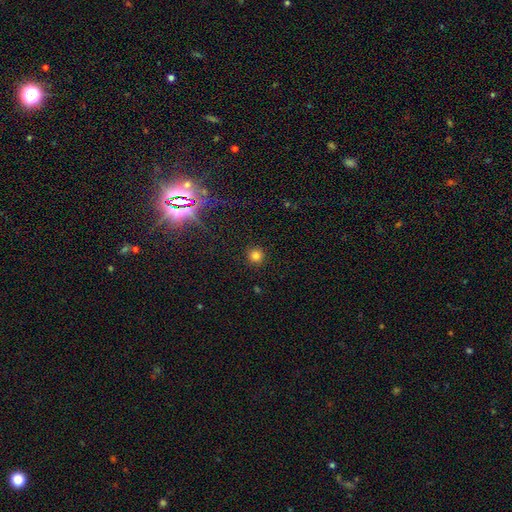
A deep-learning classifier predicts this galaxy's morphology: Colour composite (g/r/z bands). It shows a smooth galaxy with no disk features (79%) that is round (95%). Merging: none (92%).